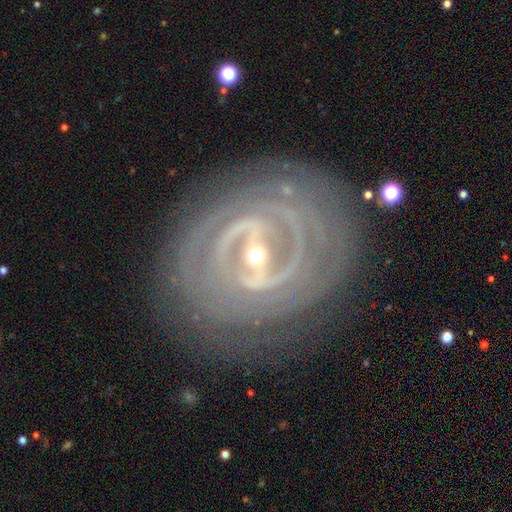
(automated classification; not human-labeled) Overall: featured or disk (89%). Edge-on disk: no (95%). Bar: strong (55%; weak 31%). Spiral arms: yes (92%). Spiral arm count: 2 (35%; can't tell 27%). Spiral winding: tight (77%). Bulge size: small (69%). Merging: none (81%).